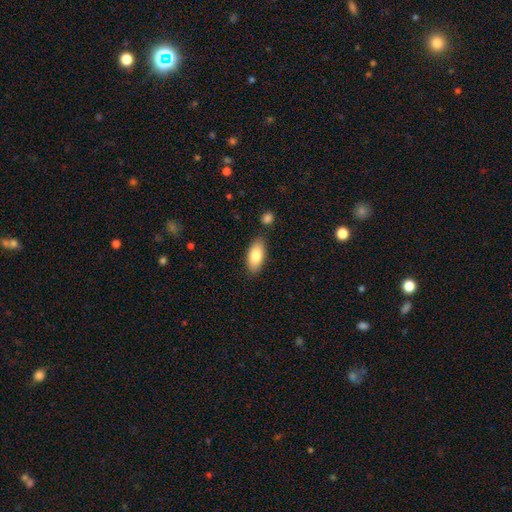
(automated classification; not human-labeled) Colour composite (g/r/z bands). It shows a smooth galaxy with no disk features (81%) that is in between round and cigar-shaped (89%). Merging: none (82%).